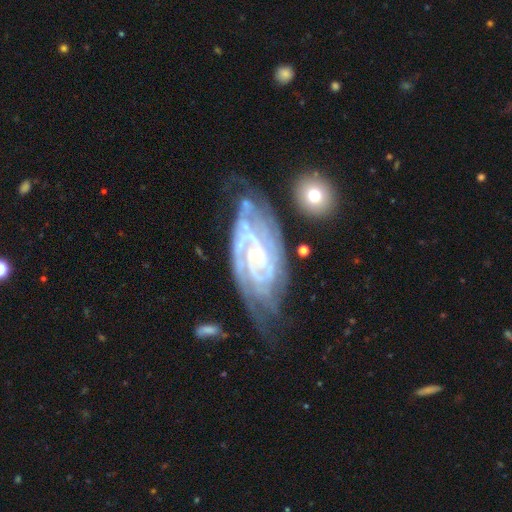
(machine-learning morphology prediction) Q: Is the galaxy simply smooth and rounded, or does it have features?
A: featured or disk — 91%.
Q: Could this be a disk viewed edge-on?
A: no — 95%.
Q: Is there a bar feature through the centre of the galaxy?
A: no — 62%.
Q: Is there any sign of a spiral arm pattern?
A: yes — 98%.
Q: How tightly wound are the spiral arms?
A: tight — 72%.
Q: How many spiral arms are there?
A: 2 — 32%.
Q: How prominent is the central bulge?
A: small — 72%.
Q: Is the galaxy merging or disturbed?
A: none — 52%.